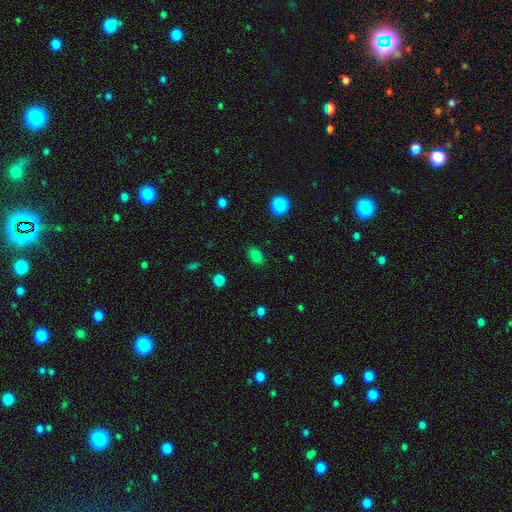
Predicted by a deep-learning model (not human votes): smooth-or-featured: smooth: 83% | star or artifact: 12% | featured or disk: 5%
  how-rounded: in between: 79% | round: 19% | cigar-shaped: 1%
  merging: none: 85% | minor disturbance: 10% | major disturbance: 3% | merger: 1%